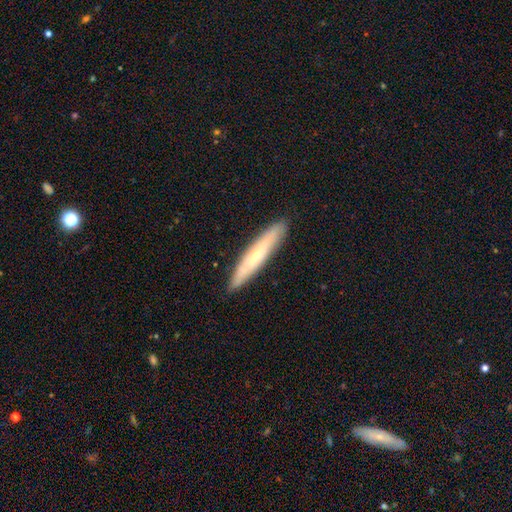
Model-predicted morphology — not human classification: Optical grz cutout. It shows a smooth galaxy with no disk features (48%). Merging: none (90%).